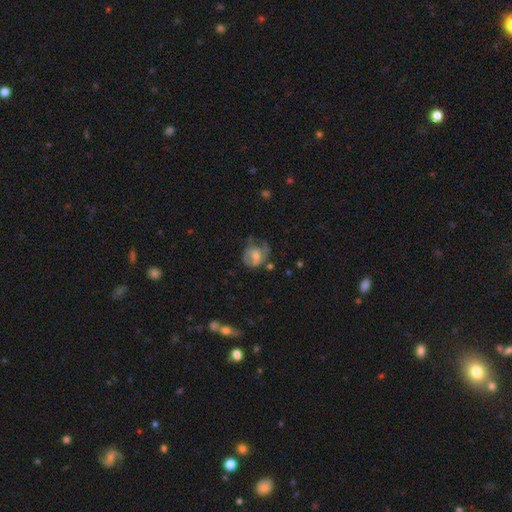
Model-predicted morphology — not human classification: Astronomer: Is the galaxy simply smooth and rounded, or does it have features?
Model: featured or disk — 51% (runner-up: smooth, 41%).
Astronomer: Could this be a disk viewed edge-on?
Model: no — 97%.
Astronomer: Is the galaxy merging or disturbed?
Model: none — 40% (runner-up: minor disturbance, 28%).